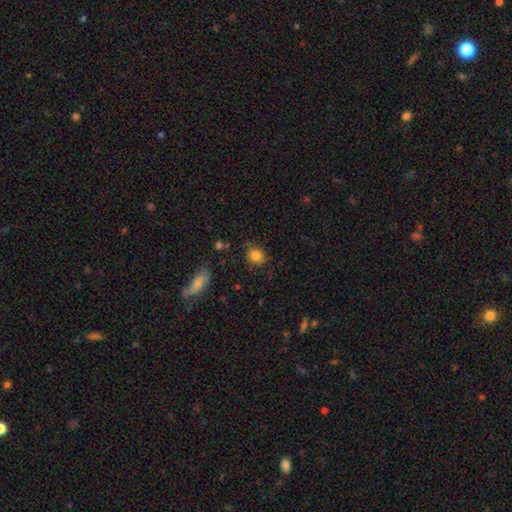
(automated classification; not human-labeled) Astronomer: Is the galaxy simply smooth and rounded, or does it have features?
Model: smooth — 82%.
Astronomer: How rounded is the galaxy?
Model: round — 75%.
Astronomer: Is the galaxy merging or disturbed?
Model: none — 77%.